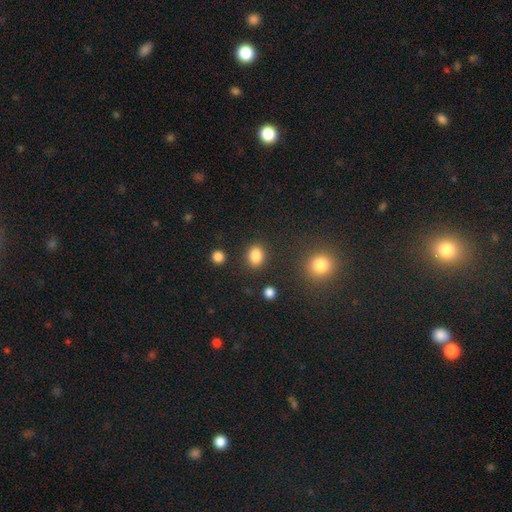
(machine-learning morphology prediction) Smooth or featured? smooth (85%)
How rounded? in between (54%)
Merging? none (86%)